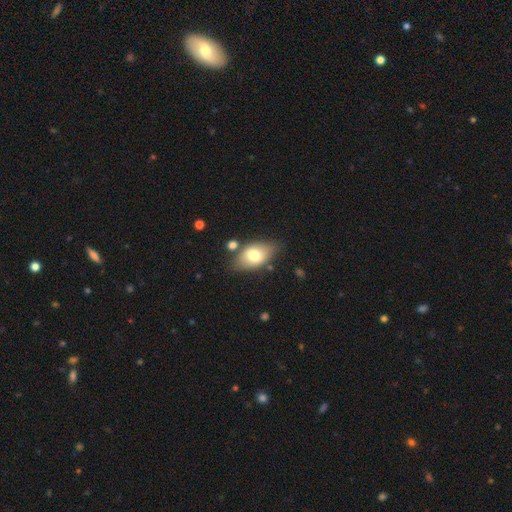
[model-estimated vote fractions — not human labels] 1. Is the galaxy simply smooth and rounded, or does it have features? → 73% smooth, 20% featured or disk, 7% star or artifact.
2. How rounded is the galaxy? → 89% in between, 9% round, 2% cigar-shaped.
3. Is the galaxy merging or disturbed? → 72% none, 17% minor disturbance, 6% merger, 5% major disturbance.